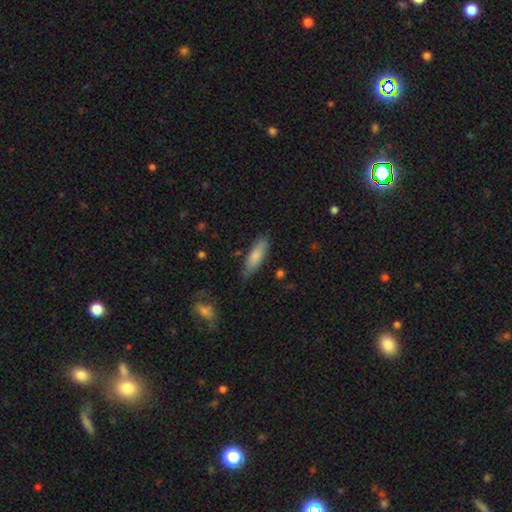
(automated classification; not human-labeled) This appears to be a smooth galaxy with no disk features (80%) that is cigar-shaped (52%). Merging: none (74%).